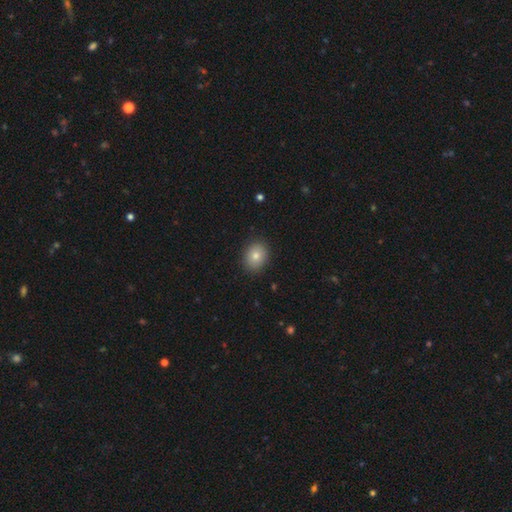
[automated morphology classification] Smooth or featured: smooth — 81% (featured or disk — 10%)
How rounded: round — 52% (in between — 47%)
Merging: none — 88% (minor disturbance — 8%)